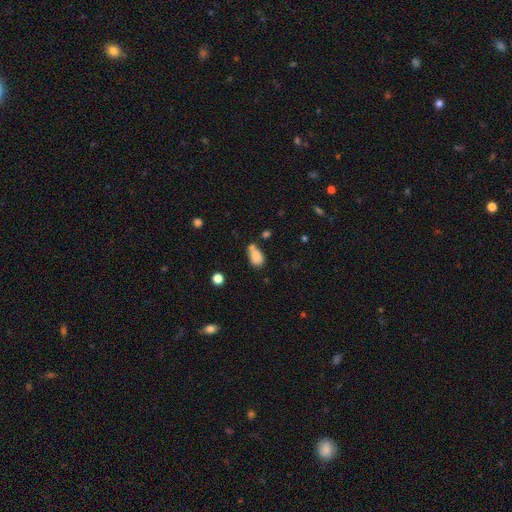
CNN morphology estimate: smooth-or-featured: smooth: 81% | star or artifact: 10% | featured or disk: 9%
  how-rounded: in between: 85% | round: 12% | cigar-shaped: 2%
  merging: none: 38% | merger: 32% | minor disturbance: 22% | major disturbance: 8%